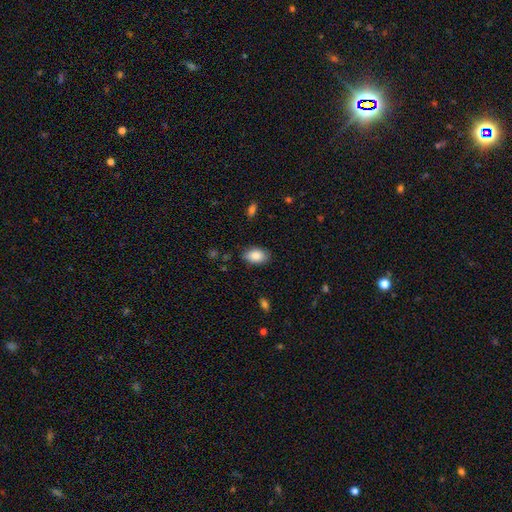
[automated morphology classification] Overall: smooth (86%). How rounded: in between (91%). Merging: none (84%).